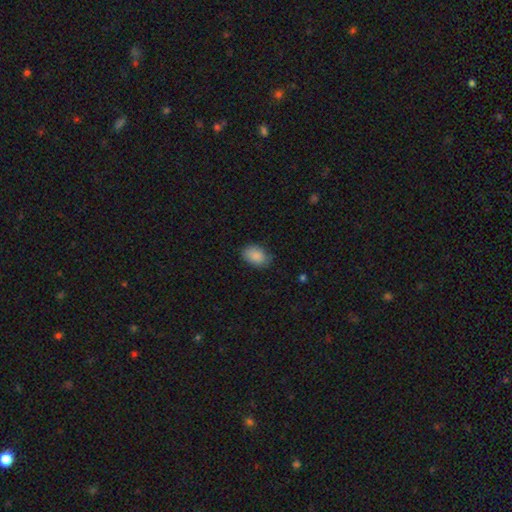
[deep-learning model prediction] Smooth or featured: smooth — 89% (star or artifact — 7%)
How rounded: in between — 83% (round — 16%)
Merging: none — 79% (minor disturbance — 17%)